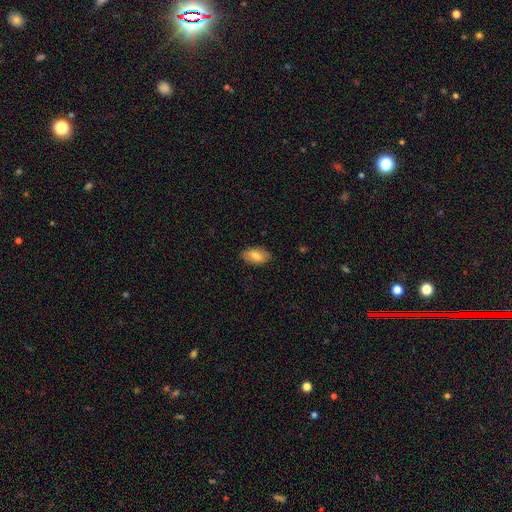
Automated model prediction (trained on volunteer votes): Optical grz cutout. It shows a smooth galaxy with no disk features (77%) that is in between round and cigar-shaped (93%). Merging: none (86%).